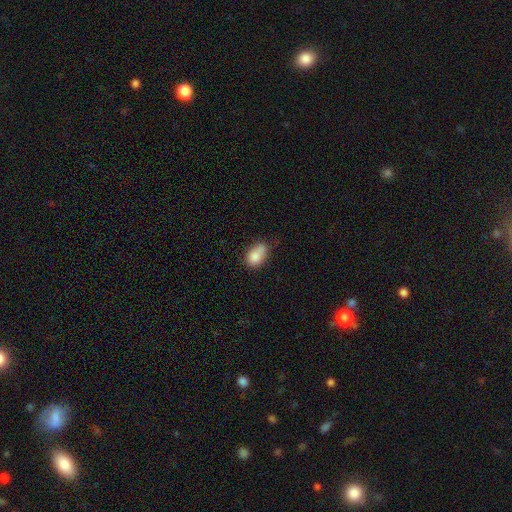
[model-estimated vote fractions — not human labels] A smooth galaxy with no disk features (82%) that is in between round and cigar-shaped (81%). Merging: none (43%).